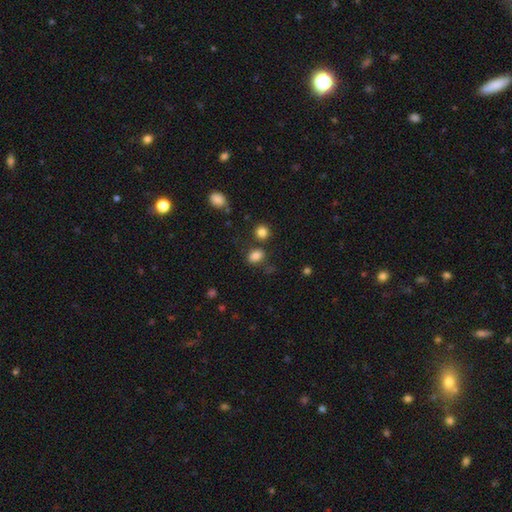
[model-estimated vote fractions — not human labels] The model was most divided on "how rounded": in between: 70%, round: 29%, cigar-shaped: 1%. More confident: smooth or featured — smooth (83%); merging — none (71%).